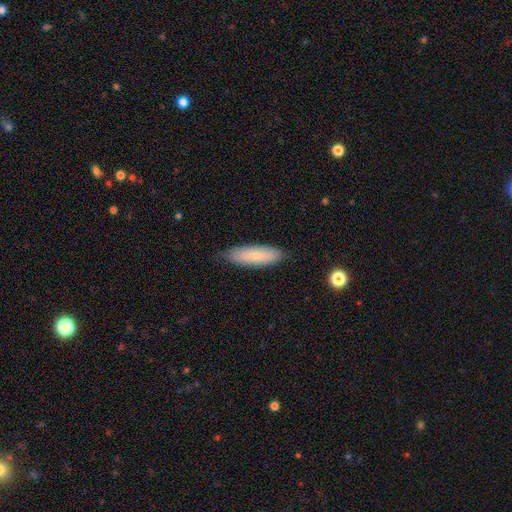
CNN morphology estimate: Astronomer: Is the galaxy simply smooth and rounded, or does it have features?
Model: smooth — 74%.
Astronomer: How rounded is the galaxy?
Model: in between — 52% (runner-up: cigar-shaped, 46%).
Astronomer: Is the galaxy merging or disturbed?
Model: none — 77%.